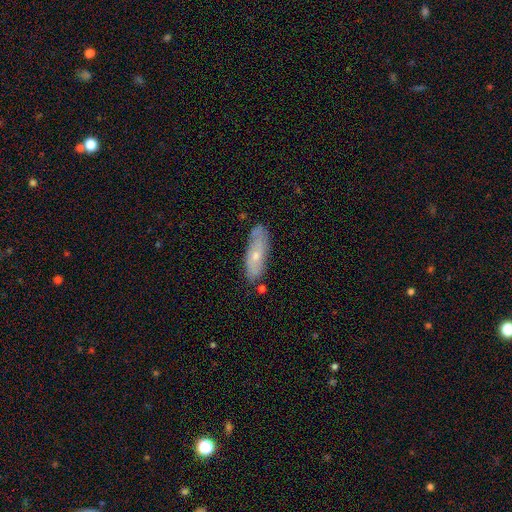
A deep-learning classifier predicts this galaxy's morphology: smooth-or-featured: featured or disk: 47% | smooth: 46% | star or artifact: 7%
  merging: none: 74% | minor disturbance: 19% | major disturbance: 4% | merger: 3%